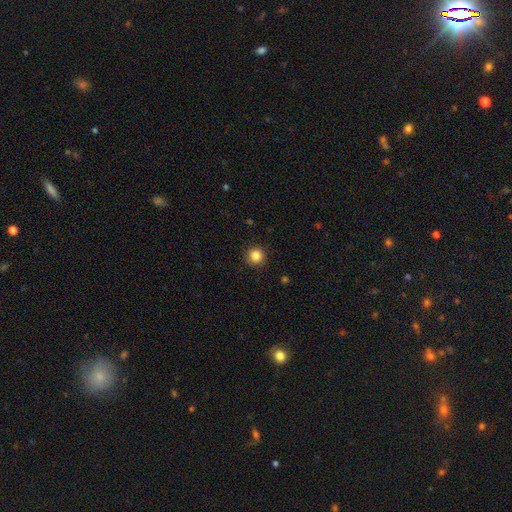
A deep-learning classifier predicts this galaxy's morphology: smooth_or_featured: smooth (p=0.85) [alt: star or artifact p=0.11]
how_rounded: round (p=0.94) [alt: in between p=0.05]
merging: none (p=0.90) [alt: minor disturbance p=0.07]